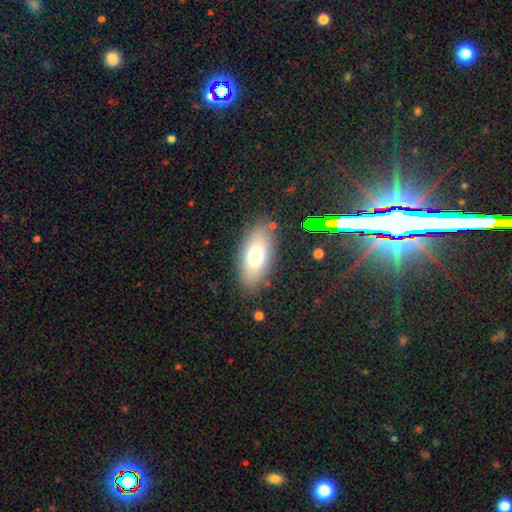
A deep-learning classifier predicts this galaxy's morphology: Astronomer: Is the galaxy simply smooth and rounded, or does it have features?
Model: smooth — 71%.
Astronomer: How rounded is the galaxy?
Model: in between — 88%.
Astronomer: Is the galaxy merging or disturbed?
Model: none — 83%.